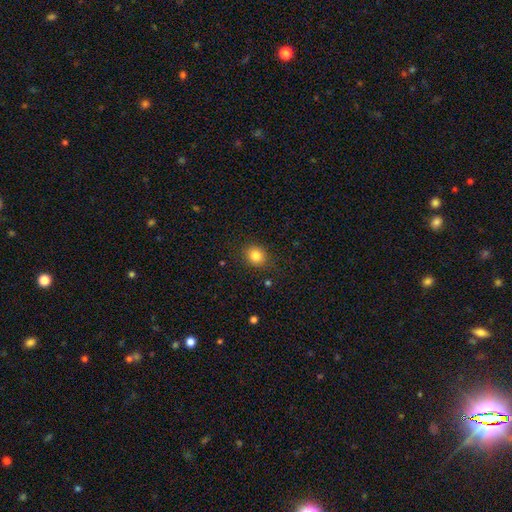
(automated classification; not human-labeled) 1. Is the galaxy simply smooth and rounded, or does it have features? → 83% smooth, 11% star or artifact, 6% featured or disk.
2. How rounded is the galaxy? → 75% round, 24% in between, 1% cigar-shaped.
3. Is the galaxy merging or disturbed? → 86% none, 10% minor disturbance, 3% major disturbance, 1% merger.